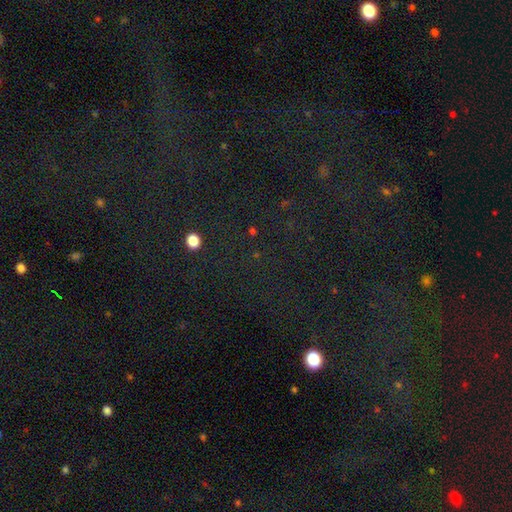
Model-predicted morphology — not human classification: type=star or artifact (76%).